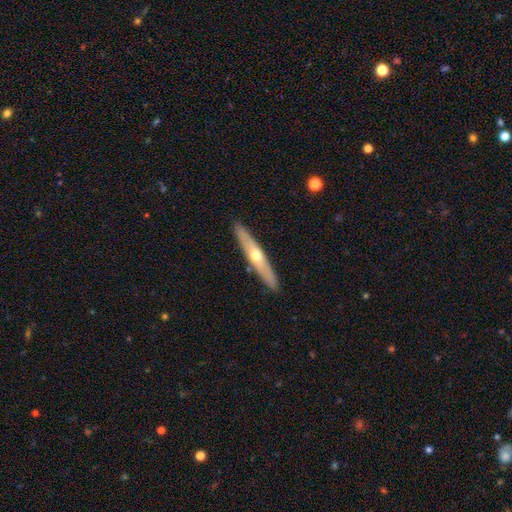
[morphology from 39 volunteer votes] Smooth or featured?
  - featured or disk: 64% *
  - smooth: 36%
  - star or artifact: 0%
Edge-on disk?
  - yes: 92% *
  - no: 8%
Edge-on bulge?
  - rounded: 96% *
  - none: 4%
  - boxy: 0%
Merging?
  - none: 90% *
  - minor disturbance: 5%
  - merger: 5%
  - major disturbance: 0%